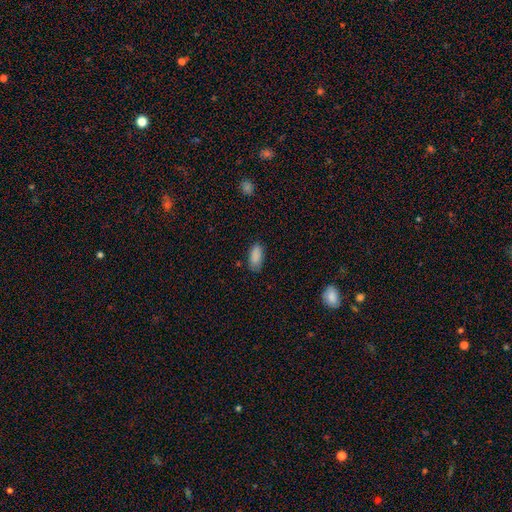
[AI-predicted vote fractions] Overall: smooth (88%). How rounded: in between (90%). Merging: none (76%).